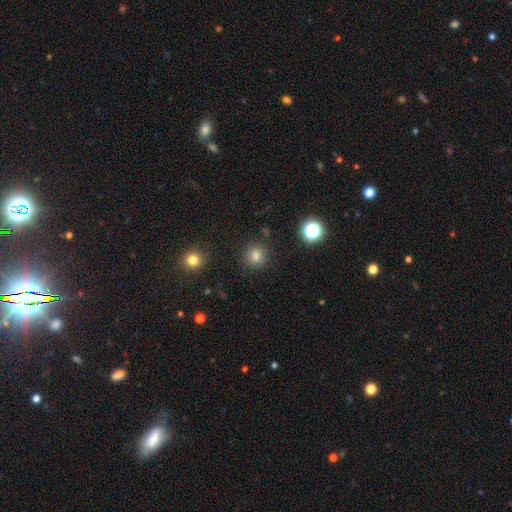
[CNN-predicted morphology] smooth_or_featured: smooth (p=0.80) [alt: star or artifact p=0.15]
how_rounded: round (p=0.91) [alt: in between p=0.08]
merging: none (p=0.88) [alt: minor disturbance p=0.07]